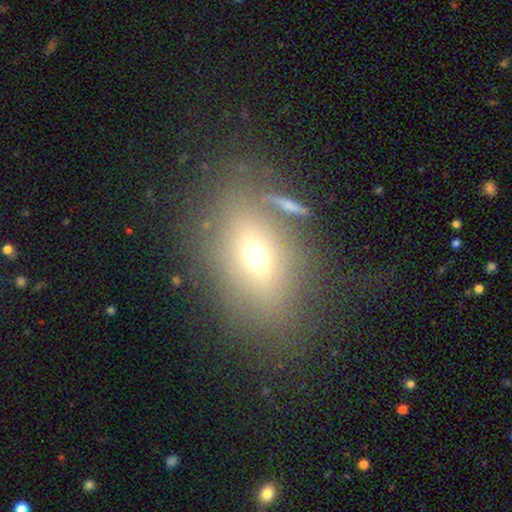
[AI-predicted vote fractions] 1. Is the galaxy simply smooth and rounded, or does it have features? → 58% smooth, 25% featured or disk, 17% star or artifact.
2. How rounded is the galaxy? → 75% in between, 20% round, 5% cigar-shaped.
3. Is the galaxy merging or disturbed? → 64% none, 16% minor disturbance, 11% major disturbance, 10% merger.